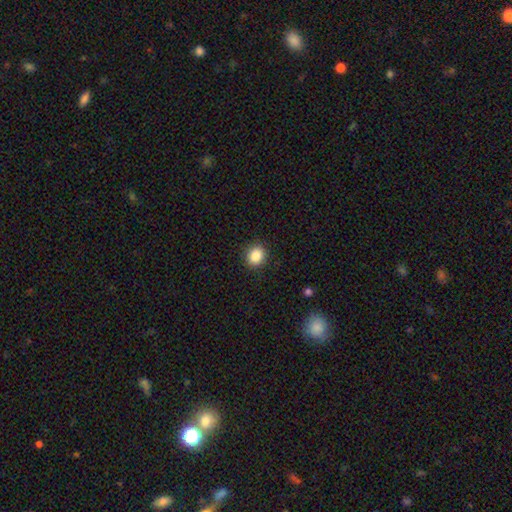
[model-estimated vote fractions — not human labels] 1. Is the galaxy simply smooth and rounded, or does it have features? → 86% smooth, 10% star or artifact, 4% featured or disk.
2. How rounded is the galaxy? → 79% round, 20% in between, 1% cigar-shaped.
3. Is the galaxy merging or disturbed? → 90% none, 7% minor disturbance, 2% major disturbance, 1% merger.